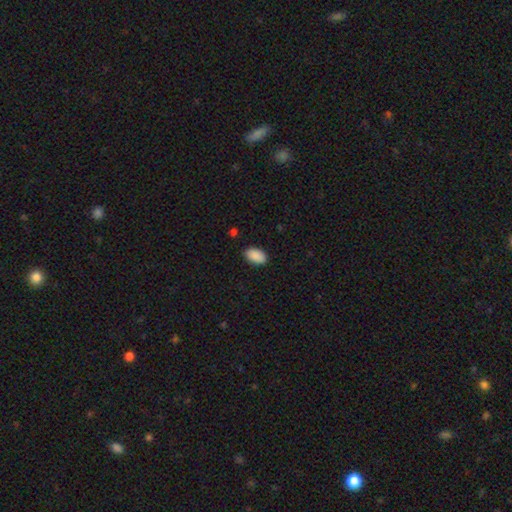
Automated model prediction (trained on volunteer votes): smooth-or-featured: smooth: 91% | star or artifact: 7% | featured or disk: 2%
  how-rounded: in between: 94% | round: 4% | cigar-shaped: 1%
  merging: none: 88% | minor disturbance: 9% | major disturbance: 2% | merger: 1%